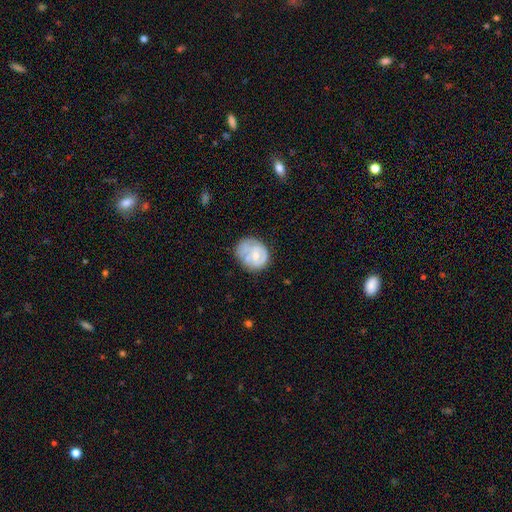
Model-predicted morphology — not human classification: The model was most divided on "bulge size": small: 48%, moderate: 45%, none: 4%, large: 2%, dominant: 1%. More confident: edge-on disk — no (98%); bar — no (76%); spiral arms — yes (61%); smooth or featured — featured or disk (55%); merging — none (50%).